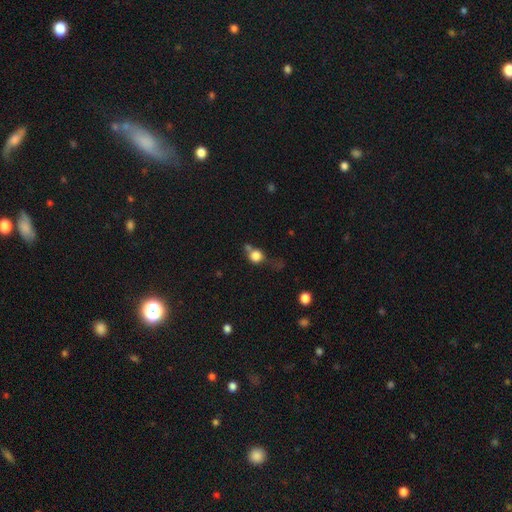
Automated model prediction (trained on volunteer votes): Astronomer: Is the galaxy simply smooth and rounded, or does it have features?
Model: smooth — 77%.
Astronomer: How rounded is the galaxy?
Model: round — 82%.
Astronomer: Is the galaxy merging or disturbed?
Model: none — 42% (runner-up: merger, 24%).